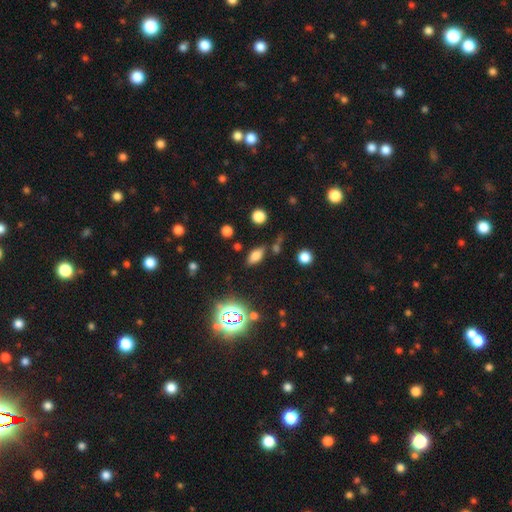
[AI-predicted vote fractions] The model was most divided on "smooth or featured": smooth: 71%, star or artifact: 18%, featured or disk: 11%. More confident: how rounded — in between (86%); merging — none (76%).